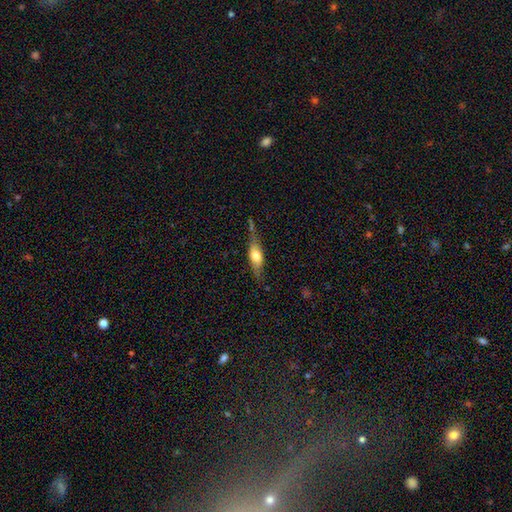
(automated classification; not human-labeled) This is possibly a smooth galaxy (51%). How rounded: possibly in between (52%). Merging: likely none (60%).